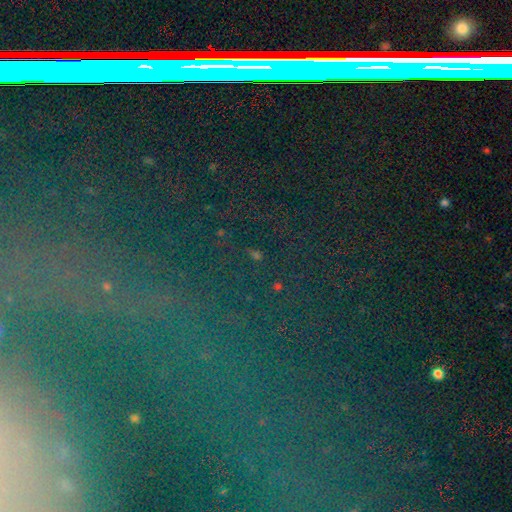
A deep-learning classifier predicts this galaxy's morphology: Smooth or featured? Predicted: star or artifact (p=0.69).